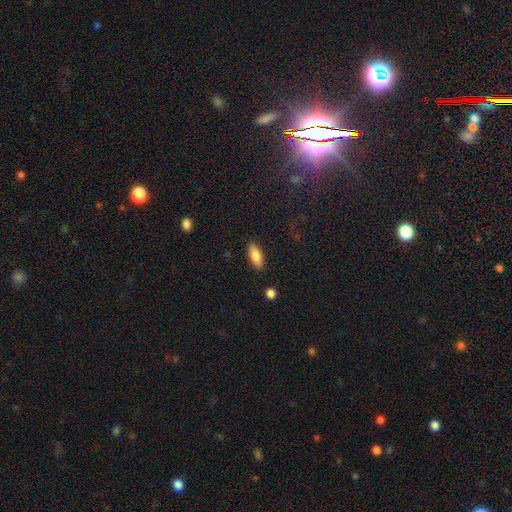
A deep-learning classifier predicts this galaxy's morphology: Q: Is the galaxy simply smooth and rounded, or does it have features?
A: smooth — 82%.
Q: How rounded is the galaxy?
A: in between — 77%.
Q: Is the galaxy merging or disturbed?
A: none — 88%.